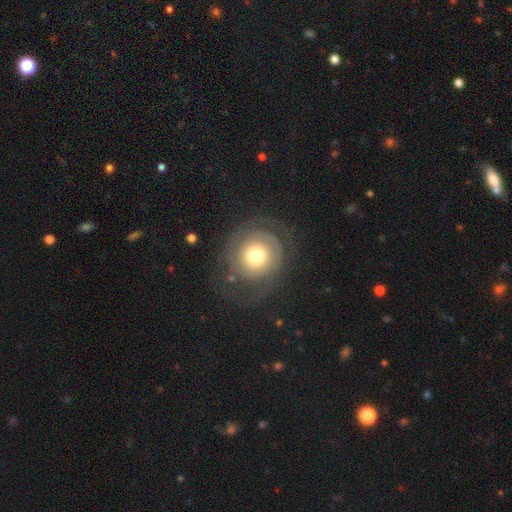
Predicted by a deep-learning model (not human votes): smooth-or-featured: featured or disk: 64% | smooth: 29% | star or artifact: 7%
  disk-edge-on: no: 97% | yes: 3%
    bar: no: 85% | weak: 12% | strong: 3%
    has-spiral-arms: yes: 79% | no: 21%
    bulge-size: moderate: 58% | large: 19% | small: 17% | dominant: 4% | none: 1%
  merging: none: 66% | major disturbance: 18% | minor disturbance: 14% | merger: 2%